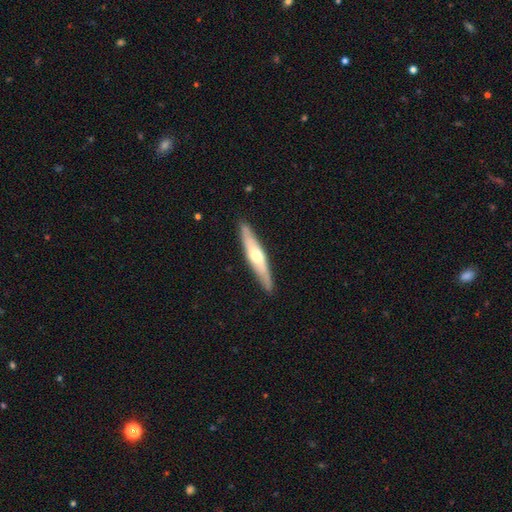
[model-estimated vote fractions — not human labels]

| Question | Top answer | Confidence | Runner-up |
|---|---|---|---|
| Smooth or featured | featured or disk | 53% | smooth (42%) |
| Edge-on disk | yes | 83% | no (17%) |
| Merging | none | 88% | minor disturbance (9%) |